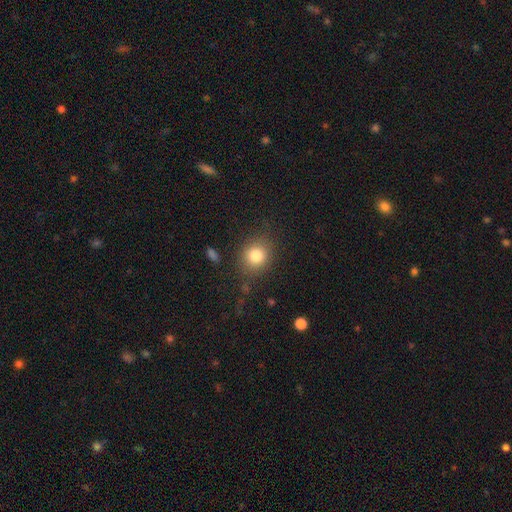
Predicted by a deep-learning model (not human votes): Overall: smooth (82%). How rounded: round (76%). Merging: none (83%).